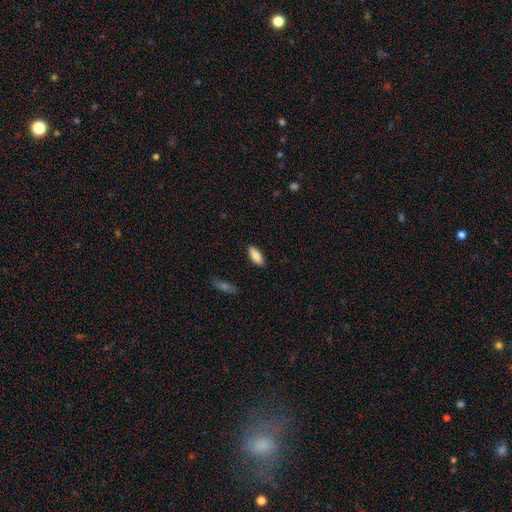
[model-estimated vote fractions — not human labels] smooth-or-featured: smooth: 87% | featured or disk: 7% | star or artifact: 6%
  how-rounded: in between: 82% | cigar-shaped: 16% | round: 2%
  merging: none: 87% | minor disturbance: 9% | major disturbance: 2% | merger: 1%